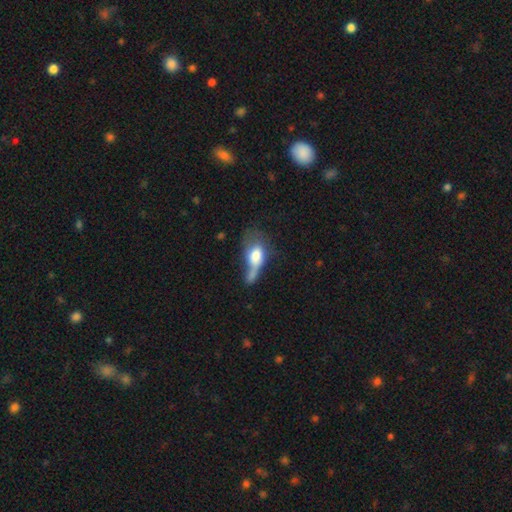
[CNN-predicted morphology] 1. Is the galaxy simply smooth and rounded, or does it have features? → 65% smooth, 26% featured or disk, 9% star or artifact.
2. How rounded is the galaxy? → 75% in between, 18% round, 8% cigar-shaped.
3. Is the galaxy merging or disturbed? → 34% major disturbance (tied), 34% merger (tied), 16% none, 15% minor disturbance.